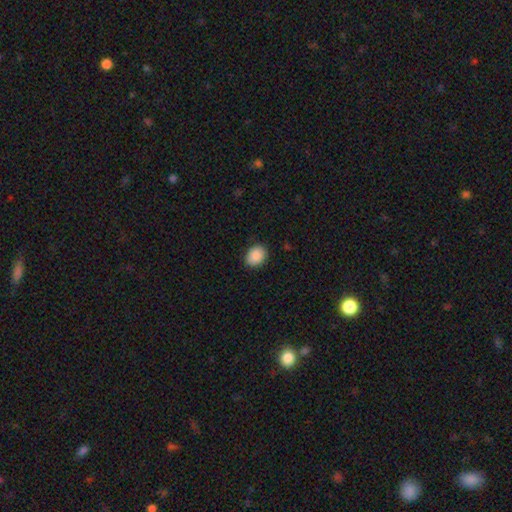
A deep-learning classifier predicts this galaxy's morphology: type=smooth (90%); roundness=in between (62%); merging=none (88%).